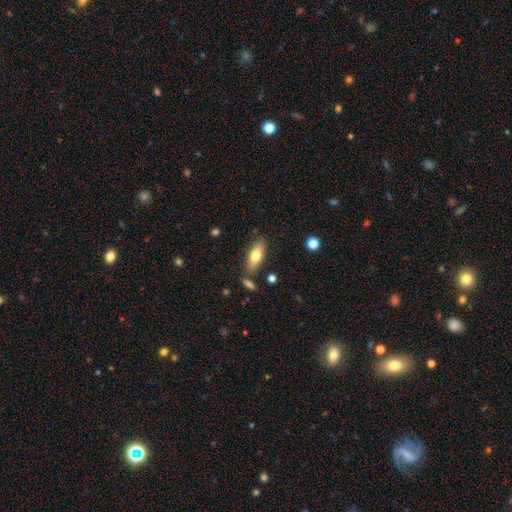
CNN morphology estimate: Smooth or featured? smooth (71%)
How rounded? in between (70%)
Merging? none (79%)